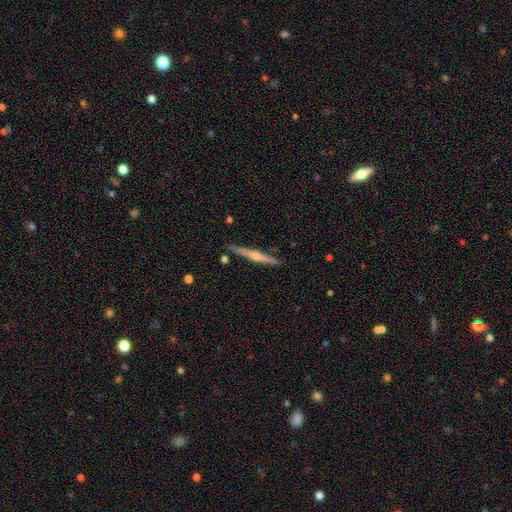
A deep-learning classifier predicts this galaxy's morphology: featured or disk 75%, smooth 19%, star or artifact 6%. Down the decision tree: edge-on disk — yes (98%); edge-on bulge — rounded (79%); merging — none (89%).